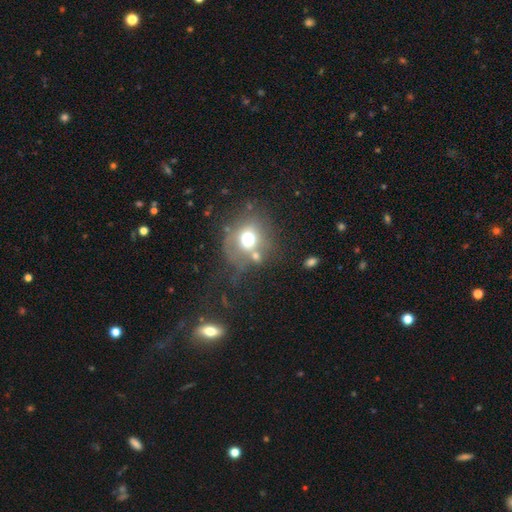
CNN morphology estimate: Overall: smooth (61%; featured or disk 25%). How rounded: round (66%; in between 33%). Merging: none (44%; minor disturbance 20%).